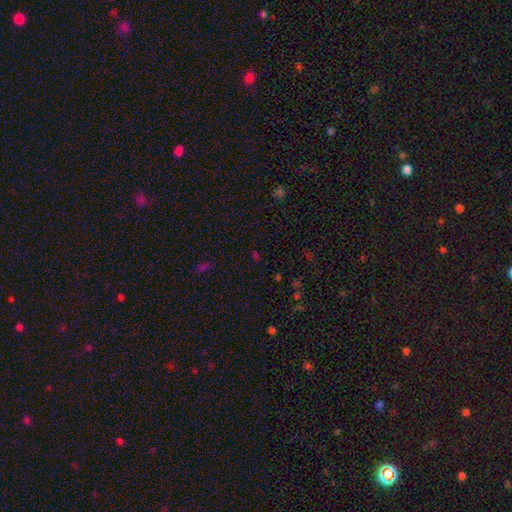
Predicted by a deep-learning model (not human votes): star or artifact 57%, smooth 35%, featured or disk 8%.